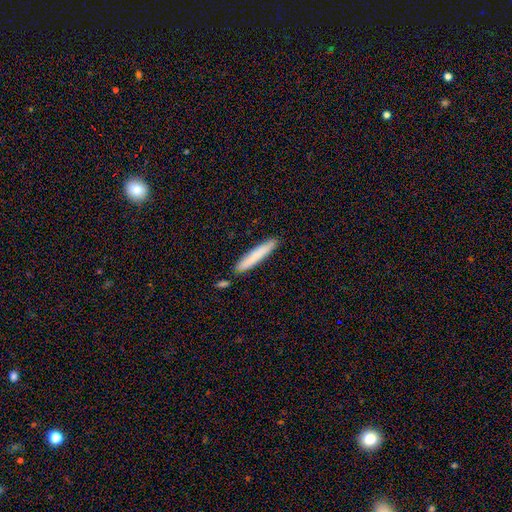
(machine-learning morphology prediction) Smooth or featured?
  - smooth: 78% *
  - featured or disk: 16%
  - star or artifact: 6%
How rounded?
  - cigar-shaped: 94% *
  - in between: 5%
  - round: 1%
Merging?
  - none: 84% *
  - minor disturbance: 10%
  - merger: 4%
  - major disturbance: 2%